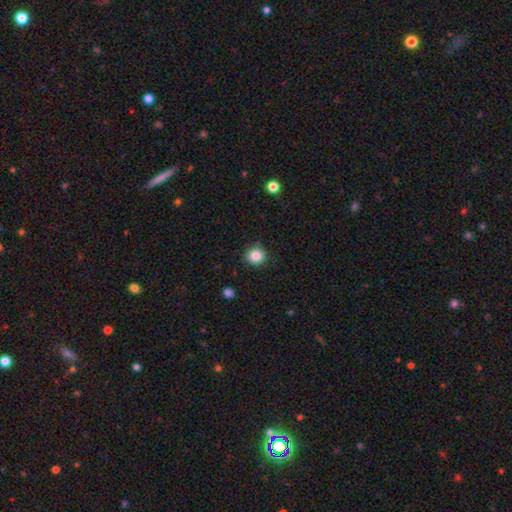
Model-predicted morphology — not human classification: Smooth or featured? smooth (84%)
How rounded? round (90%)
Merging? none (89%)